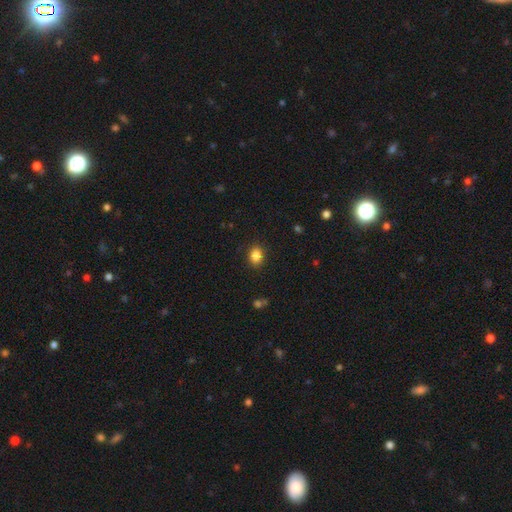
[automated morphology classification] A smooth galaxy with no disk features (85%) that is in between round and cigar-shaped (54%). Merging: none (89%).